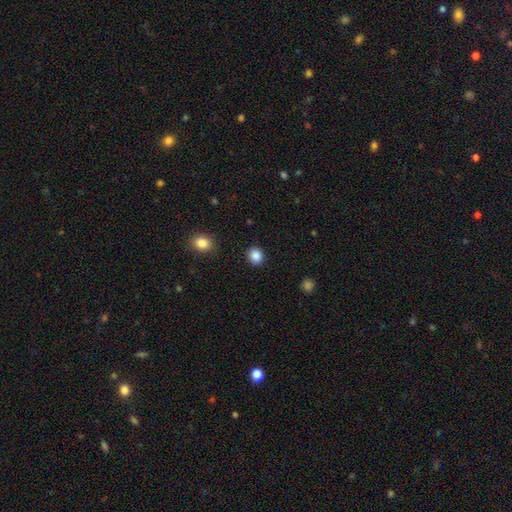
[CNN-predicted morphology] Smooth or featured?
  - smooth: 87% *
  - star or artifact: 10%
  - featured or disk: 3%
How rounded?
  - round: 77% *
  - in between: 22%
  - cigar-shaped: 1%
Merging?
  - none: 90% *
  - minor disturbance: 6%
  - major disturbance: 2%
  - merger: 1%